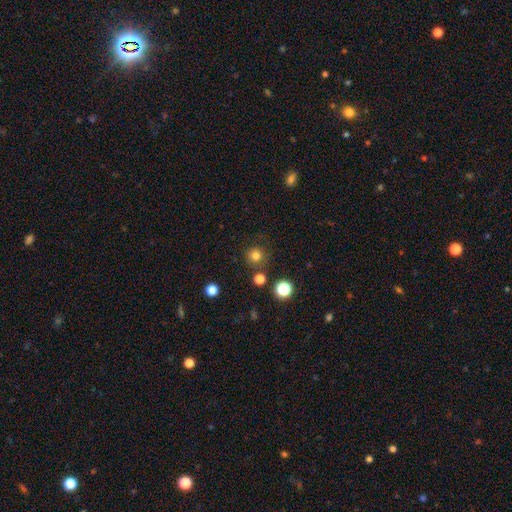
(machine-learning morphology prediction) Smooth or featured? Predicted: smooth (p=0.78). How rounded? Predicted: round (p=0.94). Merging? Predicted: none (p=0.83).